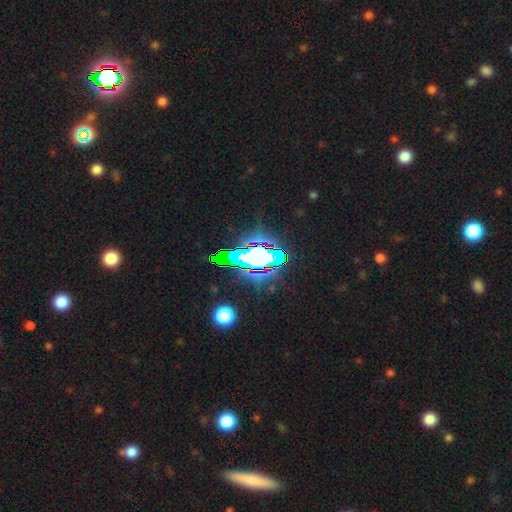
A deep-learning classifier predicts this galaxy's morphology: The model was most divided on "smooth or featured": star or artifact: 60%, featured or disk: 21%, smooth: 19%.